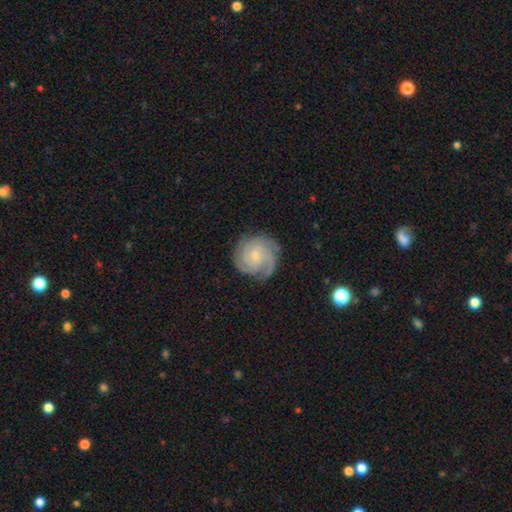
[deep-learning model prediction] Overall: featured or disk (85%). Edge-on disk: no (98%). Bar: no (68%). Spiral arms: yes (98%). Spiral arm count: 3 (46%; 2 16%). Spiral winding: tight (71%). Bulge size: small (66%; moderate 26%). Merging: none (81%).